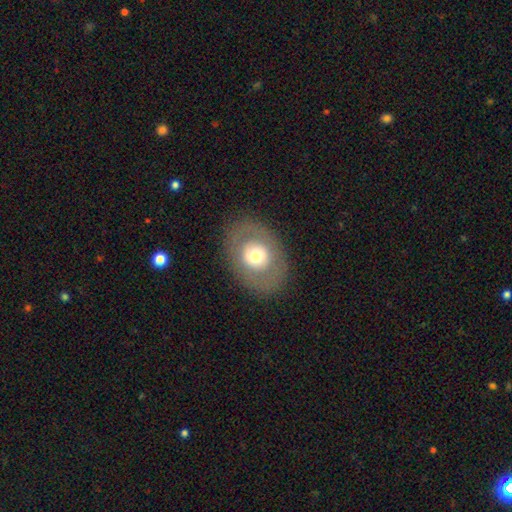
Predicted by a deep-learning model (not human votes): A smooth galaxy with no disk features (56%) that is in between round and cigar-shaped (61%).

Vote fractions:
- Smooth or featured? smooth: 56% / featured or disk: 36% / star or artifact: 8%
- How rounded? in between: 61% / round: 38% / cigar-shaped: 1%
- Merging? none: 84% / minor disturbance: 9% / major disturbance: 6% / merger: 1%